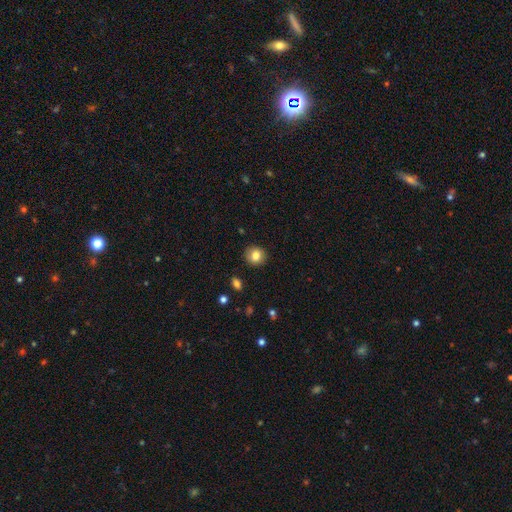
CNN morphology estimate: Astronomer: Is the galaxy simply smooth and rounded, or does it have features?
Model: smooth — 82%.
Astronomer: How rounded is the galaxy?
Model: round — 83%.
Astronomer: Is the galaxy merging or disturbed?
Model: none — 89%.